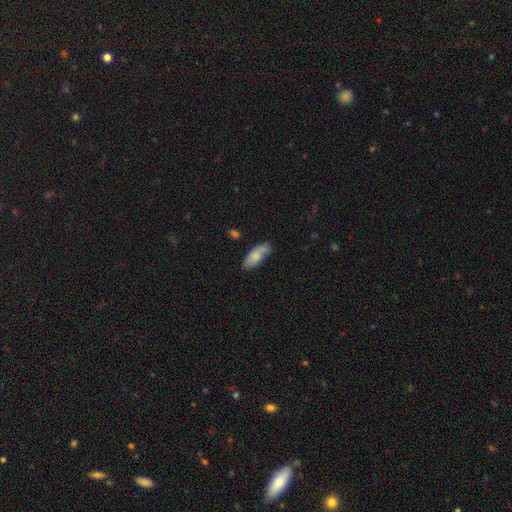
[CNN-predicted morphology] This appears to be a smooth galaxy with no disk features (70%) that is in between round and cigar-shaped (82%). Merging: none (56%).